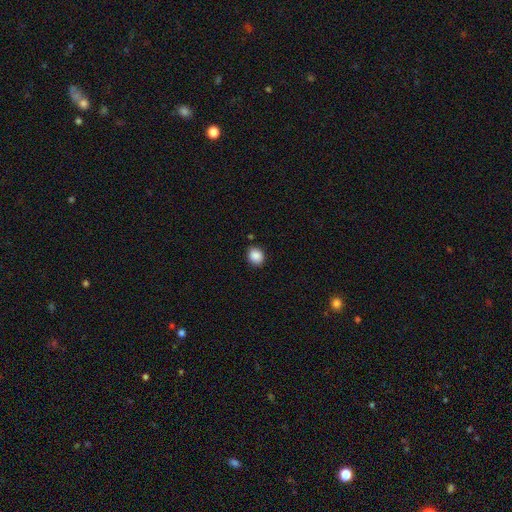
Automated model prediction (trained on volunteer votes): Morphology: type=smooth (88%); roundness=round (62%); merging=none (86%).